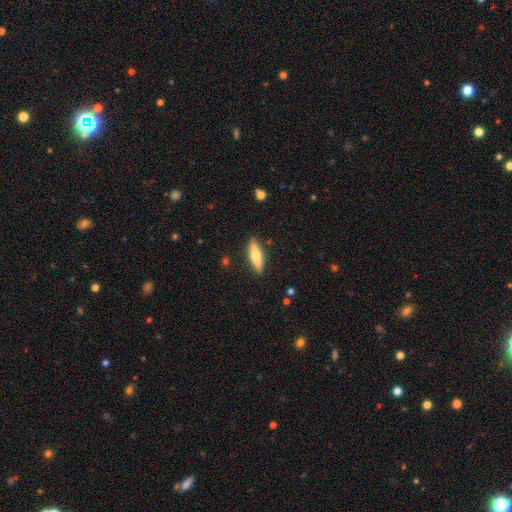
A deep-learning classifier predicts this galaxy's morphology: Smooth or featured? Predicted: smooth (p=0.56). How rounded? Predicted: cigar-shaped (p=0.71). Merging? Predicted: none (p=0.88).